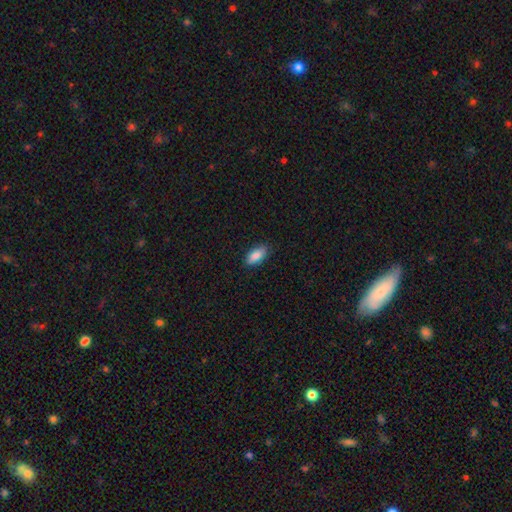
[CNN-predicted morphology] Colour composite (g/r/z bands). It shows a smooth galaxy with no disk features (85%) that is in between round and cigar-shaped (88%). Merging: none (85%).